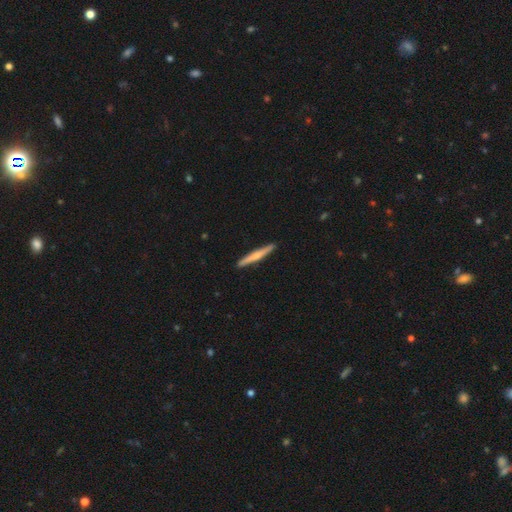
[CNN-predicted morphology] smooth 48%, featured or disk 47%, star or artifact 5%. Down the decision tree: merging — none (92%).